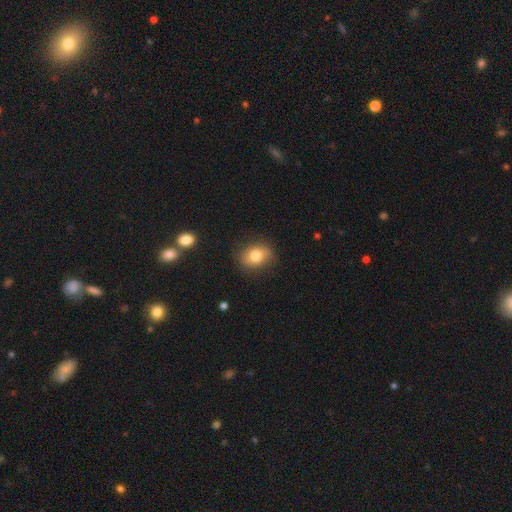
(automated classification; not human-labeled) smooth 78%, featured or disk 13%, star or artifact 9%. Down the decision tree: how rounded — in between (62%); merging — none (82%).